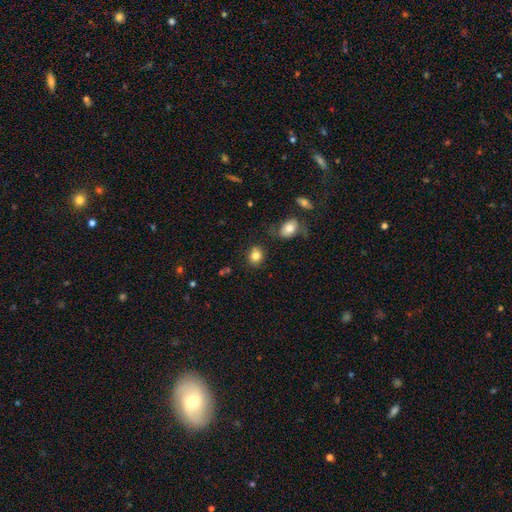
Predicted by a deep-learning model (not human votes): Overall: smooth (83%). How rounded: round (68%; in between 31%). Merging: none (81%).